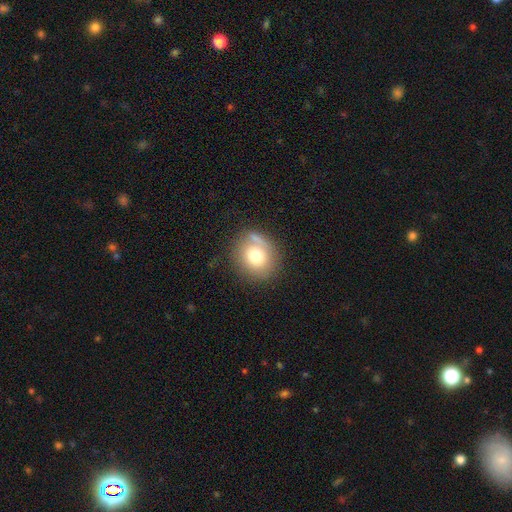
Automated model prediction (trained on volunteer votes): smooth-or-featured: smooth: 72% | featured or disk: 18% | star or artifact: 10%
  how-rounded: round: 79% | in between: 20% | cigar-shaped: 1%
  merging: none: 68% | minor disturbance: 17% | merger: 8% | major disturbance: 7%